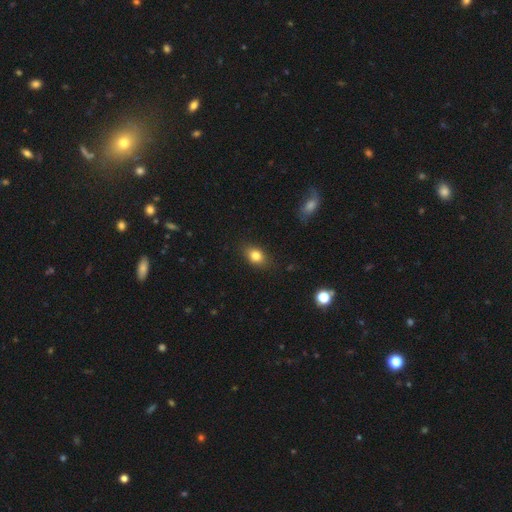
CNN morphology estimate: This appears to be a smooth galaxy with no disk features (81%) that is in between round and cigar-shaped (69%). Merging: none (83%).